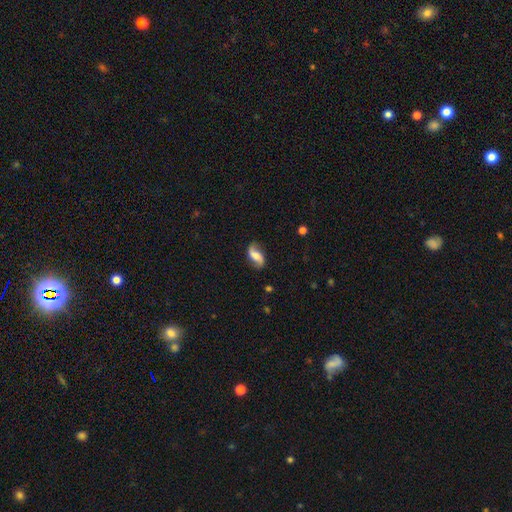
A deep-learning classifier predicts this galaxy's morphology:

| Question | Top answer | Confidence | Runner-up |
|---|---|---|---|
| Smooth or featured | featured or disk | 68% | smooth (24%) |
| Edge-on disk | no | 95% | yes (5%) |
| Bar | weak | 39% | no (38%) |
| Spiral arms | yes | 93% | no (7%) |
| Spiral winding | loose | 77% | medium (17%) |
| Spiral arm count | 2 | 92% | can't tell (3%) |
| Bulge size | moderate | 36% | large (22%) |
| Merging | none | 78% | minor disturbance (15%) |